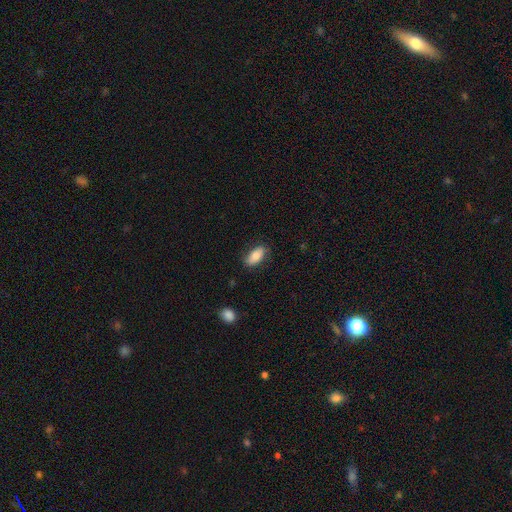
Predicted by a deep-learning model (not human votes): smooth-or-featured: smooth: 79% | featured or disk: 14% | star or artifact: 7%
  how-rounded: in between: 90% | cigar-shaped: 7% | round: 3%
  merging: none: 78% | minor disturbance: 17% | major disturbance: 4% | merger: 1%